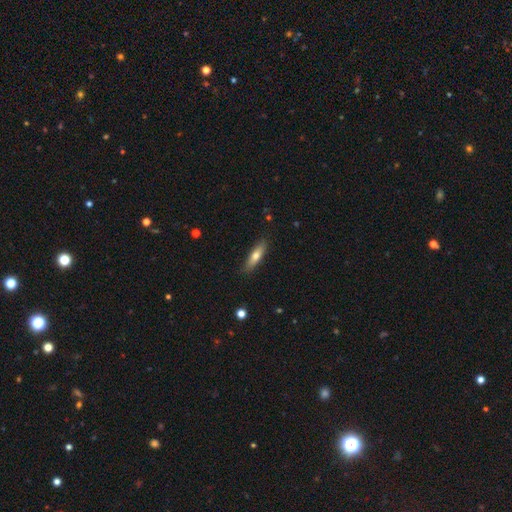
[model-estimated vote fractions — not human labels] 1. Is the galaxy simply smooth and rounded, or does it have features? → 66% smooth, 28% featured or disk, 6% star or artifact.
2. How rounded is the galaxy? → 67% cigar-shaped, 31% in between, 2% round.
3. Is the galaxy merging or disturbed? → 84% none, 13% minor disturbance, 2% major disturbance, 1% merger.